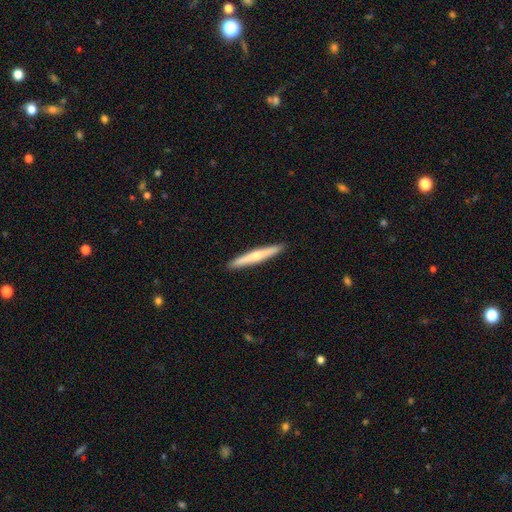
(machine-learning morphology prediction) Smooth or featured? featured or disk (48%)
Merging? none (93%)